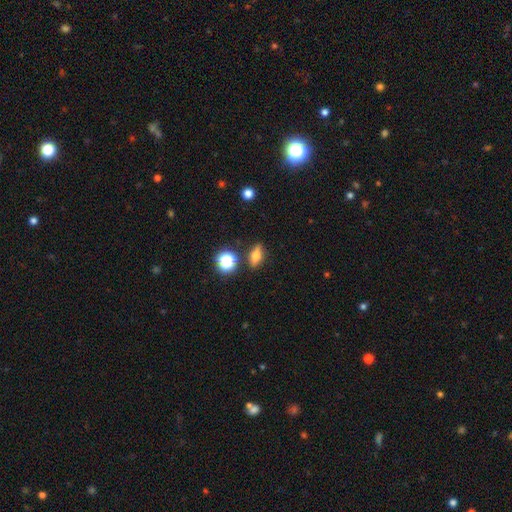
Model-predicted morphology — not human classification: A smooth galaxy with no disk features (55%) that is in between round and cigar-shaped (54%).

Vote fractions:
- Smooth or featured? smooth: 55% / featured or disk: 31% / star or artifact: 14%
- How rounded? in between: 54% / cigar-shaped: 26% / round: 20%
- Merging? none: 83% / minor disturbance: 10% / merger: 4% / major disturbance: 3%